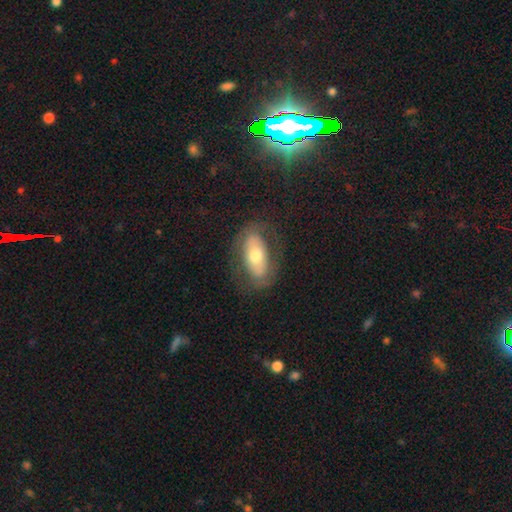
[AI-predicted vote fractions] Q: Smooth or featured?
A: smooth (50%); runner-up: featured or disk (44%)
Q: Merging?
A: none (76%); runner-up: minor disturbance (15%)